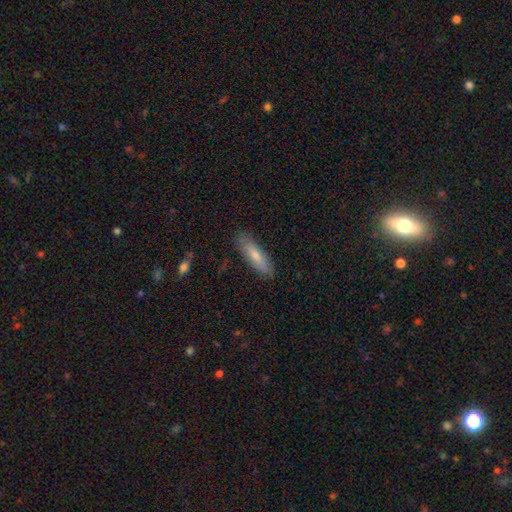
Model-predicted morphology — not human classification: Overall: smooth (72%). How rounded: cigar-shaped (64%; in between 35%). Merging: none (86%).